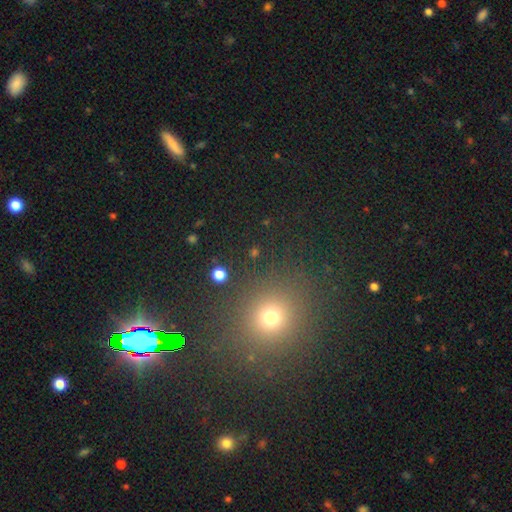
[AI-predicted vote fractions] Morphology: type=star or artifact (47%).